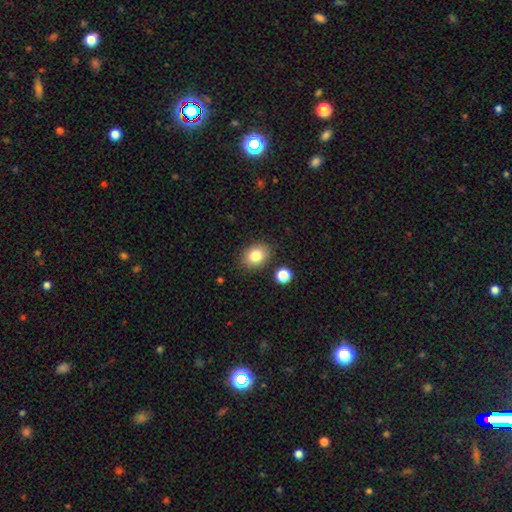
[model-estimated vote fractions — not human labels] smooth_or_featured: smooth (p=0.82) [alt: star or artifact p=0.10]
how_rounded: in between (p=0.59) [alt: round p=0.40]
merging: none (p=0.85) [alt: minor disturbance p=0.09]